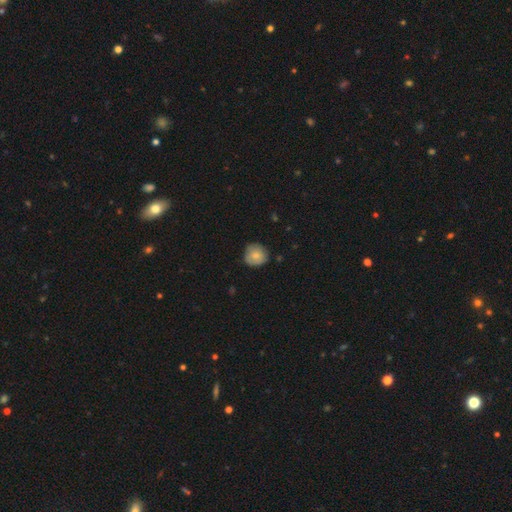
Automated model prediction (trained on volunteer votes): This appears to be a smooth galaxy with no disk features (77%) that is round (90%). Merging: none (75%).